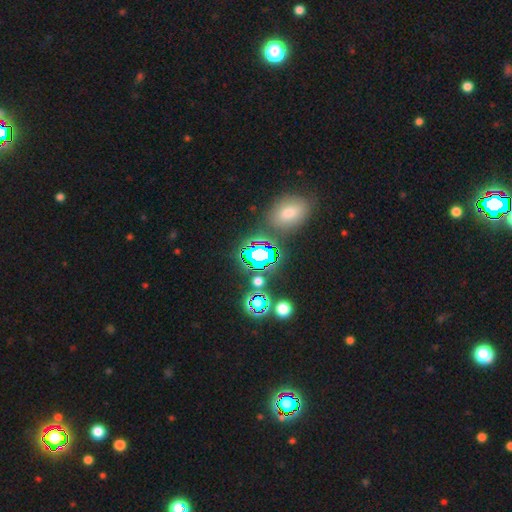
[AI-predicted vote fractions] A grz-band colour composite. It shows a star or artifact, not a galaxy (66%).